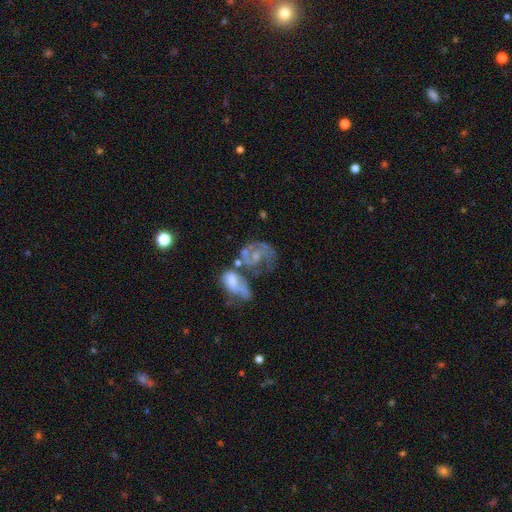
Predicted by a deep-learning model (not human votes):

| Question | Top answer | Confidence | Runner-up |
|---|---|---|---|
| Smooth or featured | featured or disk | 65% | smooth (24%) |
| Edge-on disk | no | 97% | yes (3%) |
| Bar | no | 71% | weak (23%) |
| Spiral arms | yes | 60% | no (40%) |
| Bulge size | small | 34% | none (31%) |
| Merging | merger | 42% | major disturbance (25%) |